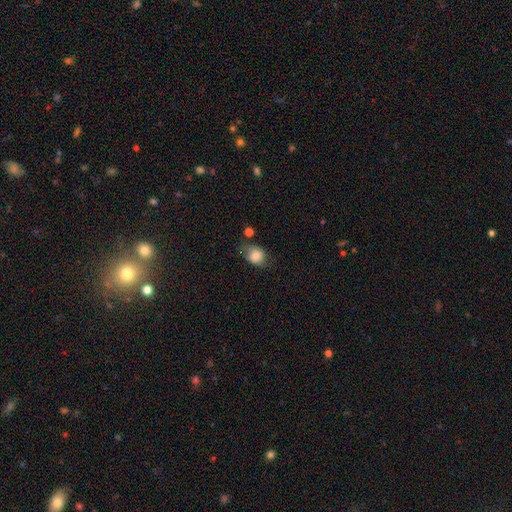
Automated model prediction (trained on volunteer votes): A smooth galaxy with no disk features (70%) that is round (52%).

Vote fractions:
- Smooth or featured? smooth: 70% / featured or disk: 21% / star or artifact: 10%
- How rounded? round: 52% / in between: 47% / cigar-shaped: 1%
- Merging? none: 56% / minor disturbance: 28% / major disturbance: 12% / merger: 4%